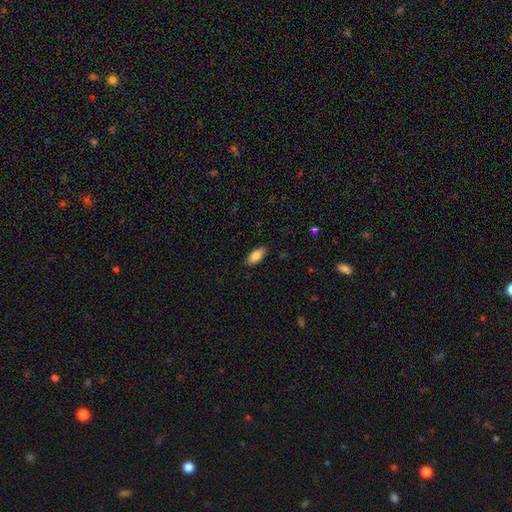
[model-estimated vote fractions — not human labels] smooth 85%, featured or disk 9%, star or artifact 7%. Down the decision tree: how rounded — in between (88%); merging — none (86%).